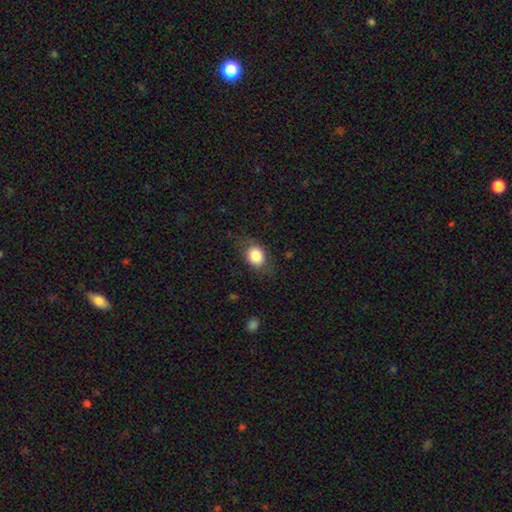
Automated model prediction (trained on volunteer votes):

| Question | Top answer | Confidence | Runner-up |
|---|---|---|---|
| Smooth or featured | smooth | 82% | featured or disk (10%) |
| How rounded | in between | 53% | round (46%) |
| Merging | none | 72% | minor disturbance (19%) |